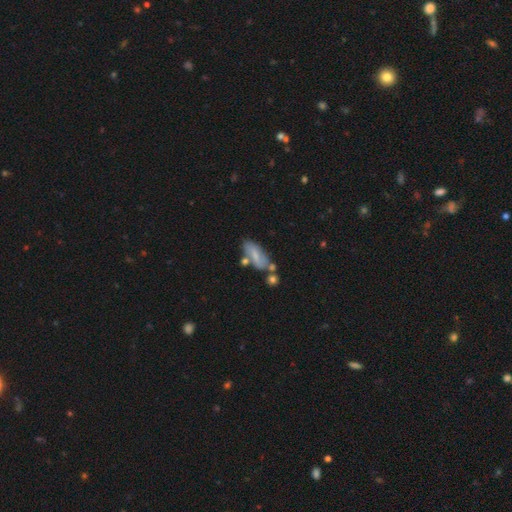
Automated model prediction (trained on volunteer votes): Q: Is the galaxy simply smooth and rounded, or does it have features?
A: smooth — 64%.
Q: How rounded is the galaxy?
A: in between — 77%.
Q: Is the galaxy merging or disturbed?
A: none — 53%.